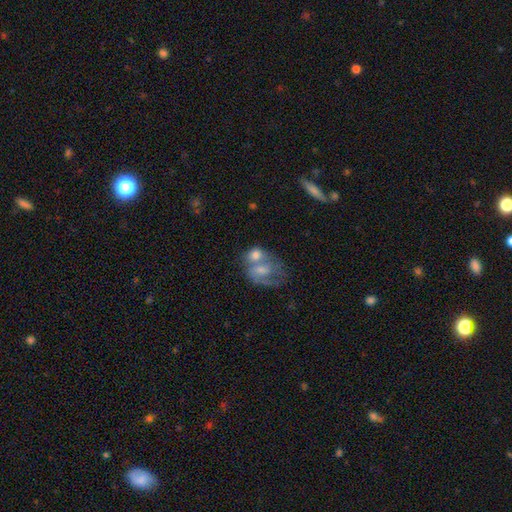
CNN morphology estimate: A smooth galaxy with no disk features (58%) that is in between round and cigar-shaped (56%). Merging: merger (64%).